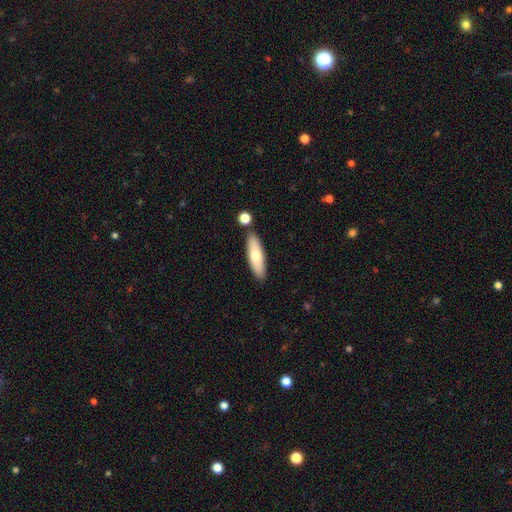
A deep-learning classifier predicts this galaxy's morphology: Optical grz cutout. It shows a smooth galaxy with no disk features (70%) that is cigar-shaped (55%). Merging: none (83%).